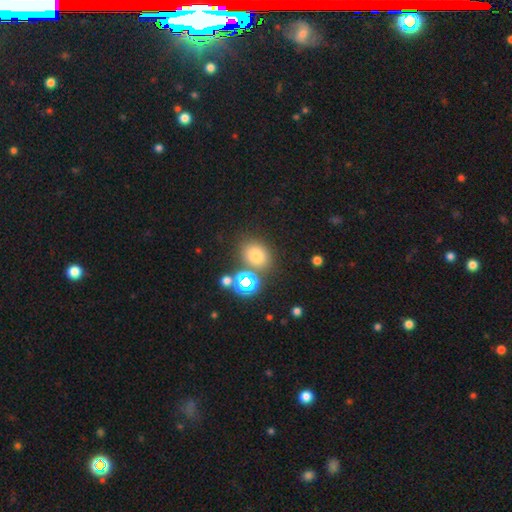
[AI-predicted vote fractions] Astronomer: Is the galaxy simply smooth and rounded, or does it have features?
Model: smooth — 70%.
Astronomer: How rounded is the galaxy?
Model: round — 53% (runner-up: in between, 45%).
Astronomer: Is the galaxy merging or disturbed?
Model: none — 73%.